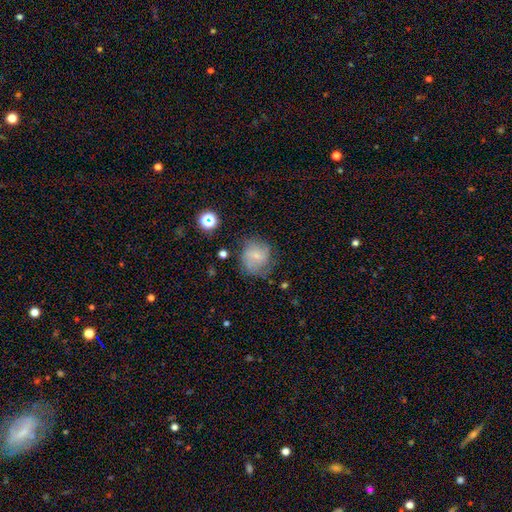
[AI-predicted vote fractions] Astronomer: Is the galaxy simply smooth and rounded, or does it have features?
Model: smooth — 55% (runner-up: featured or disk, 34%).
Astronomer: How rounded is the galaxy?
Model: round — 83%.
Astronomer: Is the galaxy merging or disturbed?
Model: none — 61%.